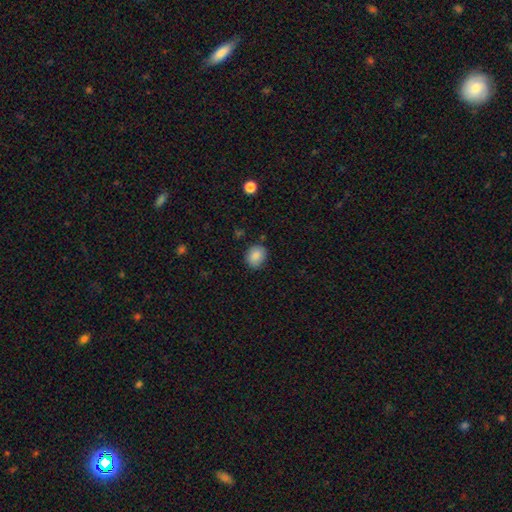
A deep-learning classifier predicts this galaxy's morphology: smooth 86%, star or artifact 8%, featured or disk 5%. Down the decision tree: how rounded — round (59%); merging — none (83%).